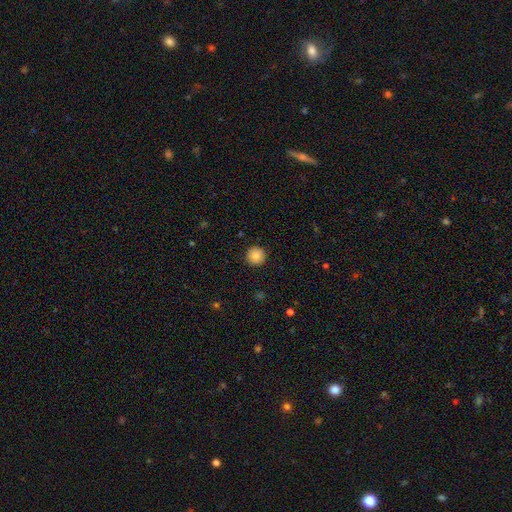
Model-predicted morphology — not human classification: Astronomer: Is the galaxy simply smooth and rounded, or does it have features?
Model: smooth — 85%.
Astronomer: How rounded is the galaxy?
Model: round — 96%.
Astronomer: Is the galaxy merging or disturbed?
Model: none — 93%.